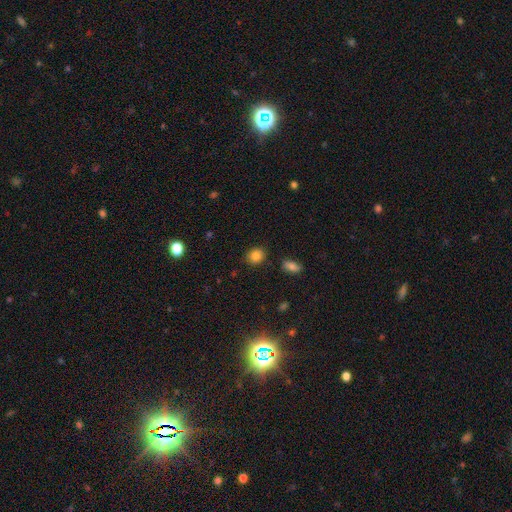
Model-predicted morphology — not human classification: type=smooth (84%); roundness=round (72%); merging=none (86%).